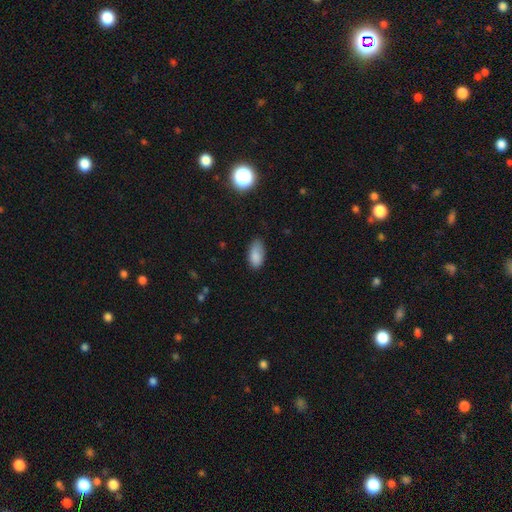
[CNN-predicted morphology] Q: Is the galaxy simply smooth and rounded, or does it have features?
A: smooth — 85%.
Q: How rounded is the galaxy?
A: in between — 92%.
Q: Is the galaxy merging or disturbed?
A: none — 67%.